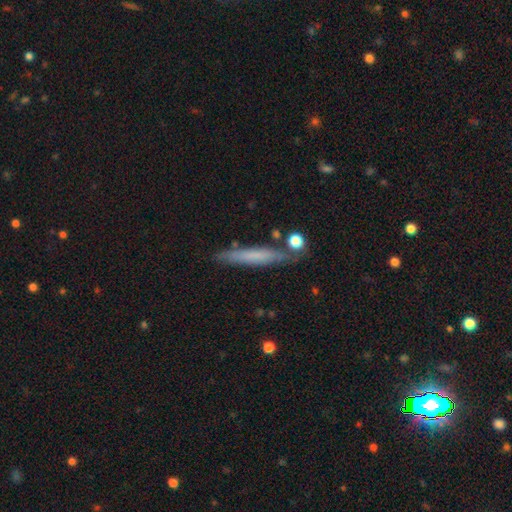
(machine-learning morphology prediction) The model was most divided on "smooth or featured": smooth: 61%, featured or disk: 33%, star or artifact: 7%. More confident: how rounded — cigar-shaped (94%); merging — none (78%).